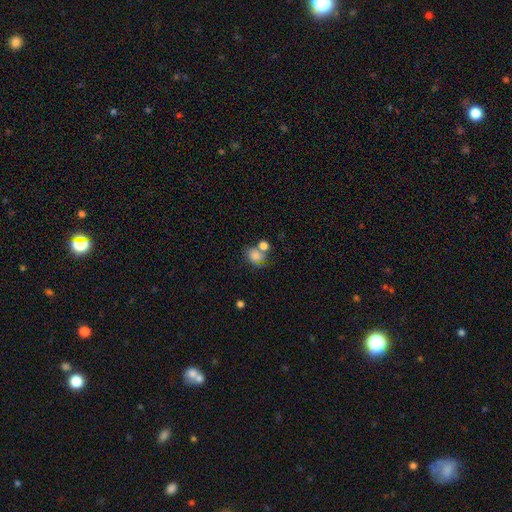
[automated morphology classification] Q: Smooth or featured?
A: smooth (77%); runner-up: featured or disk (12%)
Q: How rounded?
A: round (52%); runner-up: in between (47%)
Q: Merging?
A: merger (40%); runner-up: none (36%)